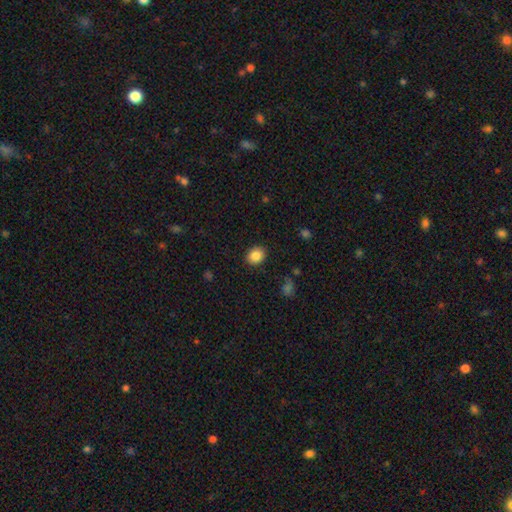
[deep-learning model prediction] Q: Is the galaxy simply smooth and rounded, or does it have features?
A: smooth — 86%.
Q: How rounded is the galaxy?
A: round — 58%.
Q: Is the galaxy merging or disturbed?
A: none — 89%.